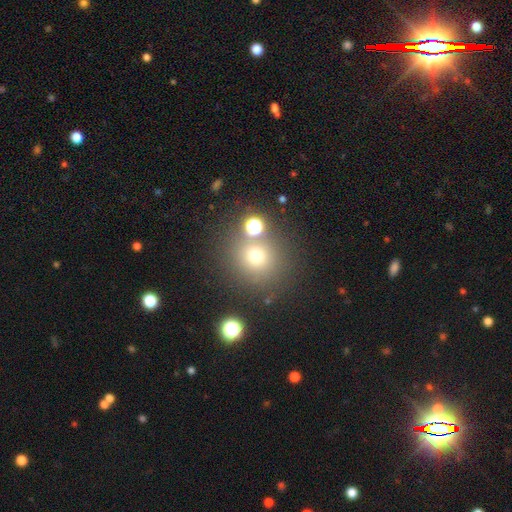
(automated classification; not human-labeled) Morphology: type=smooth (69%); roundness=round (90%); merging=none (74%).